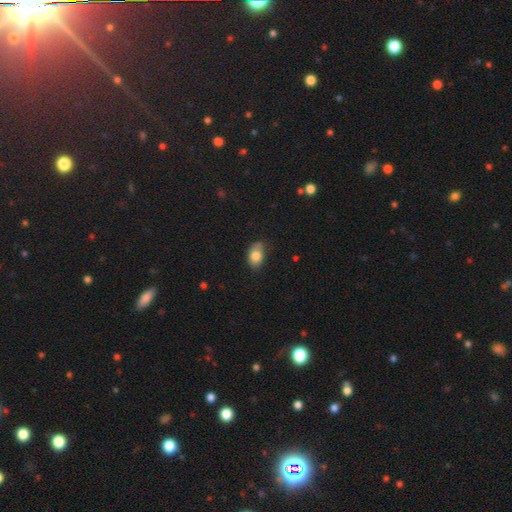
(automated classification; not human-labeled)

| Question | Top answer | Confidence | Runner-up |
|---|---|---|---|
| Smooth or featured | smooth | 80% | featured or disk (12%) |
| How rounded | in between | 83% | round (16%) |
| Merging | none | 64% | minor disturbance (29%) |